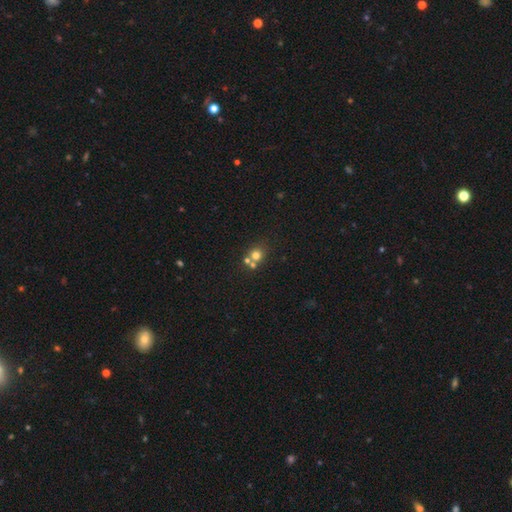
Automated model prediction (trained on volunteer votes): Smooth or featured?
  - smooth: 70% *
  - star or artifact: 18%
  - featured or disk: 12%
How rounded?
  - round: 82% *
  - in between: 17%
  - cigar-shaped: 1%
Merging?
  - none: 52% *
  - merger: 37%
  - minor disturbance: 8%
  - major disturbance: 3%